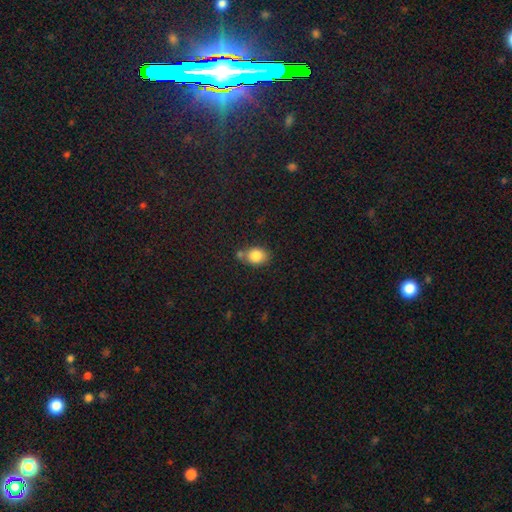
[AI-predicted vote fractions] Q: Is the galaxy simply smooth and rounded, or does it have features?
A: smooth — 84%.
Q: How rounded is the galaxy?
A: in between — 54%.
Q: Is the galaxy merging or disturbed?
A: none — 58%.